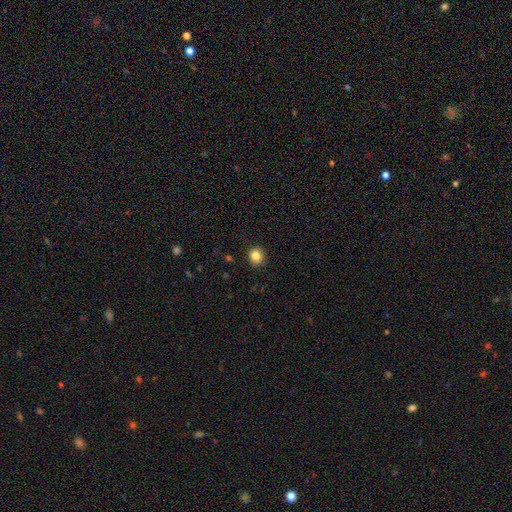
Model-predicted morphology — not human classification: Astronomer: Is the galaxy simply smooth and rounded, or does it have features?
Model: smooth — 84%.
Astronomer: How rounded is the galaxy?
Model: round — 81%.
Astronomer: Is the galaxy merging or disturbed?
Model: none — 89%.